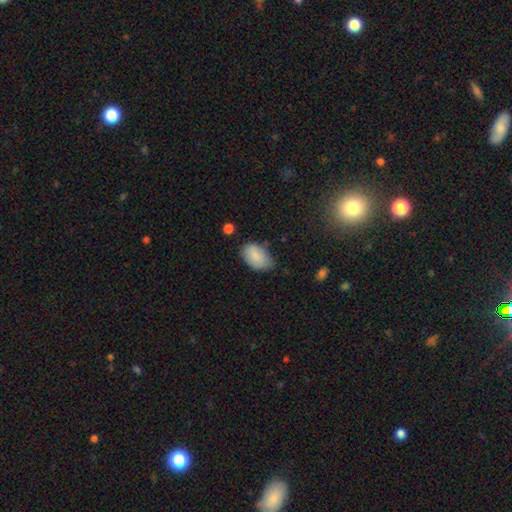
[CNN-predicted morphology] The model was most divided on "merging": none: 63%, minor disturbance: 29%, major disturbance: 6%, merger: 3%. More confident: how rounded — in between (93%); smooth or featured — smooth (87%).